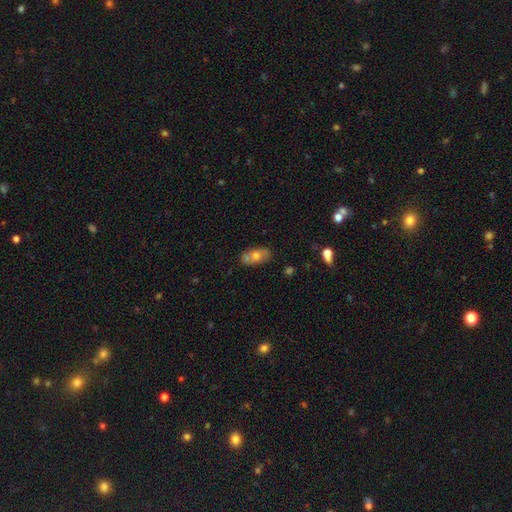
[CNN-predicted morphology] Overall: smooth (58%; featured or disk 32%). How rounded: in between (87%). Merging: none (70%).